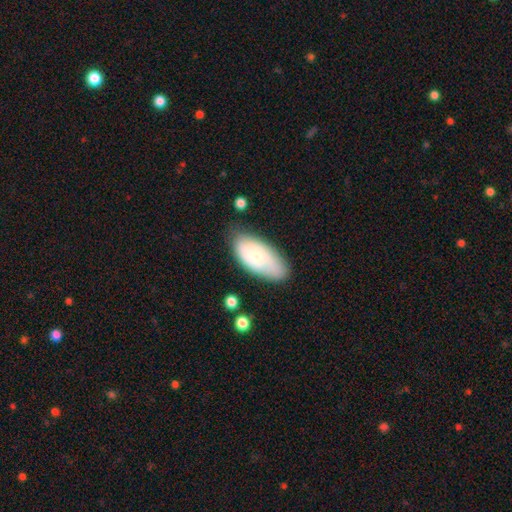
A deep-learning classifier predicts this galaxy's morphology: type=smooth (59%); roundness=in between (91%); merging=none (72%).